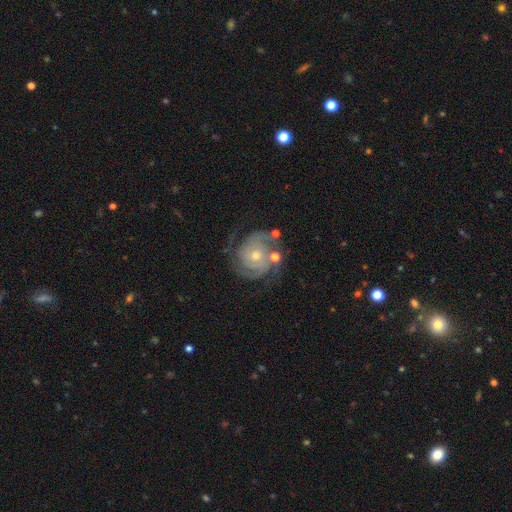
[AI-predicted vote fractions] A featured or disk galaxy (87%) with no bar (73%), 2 (42%) tight (62%) spiral arms (96%) and a small central bulge (48%, tied with moderate).

Vote fractions:
- Smooth or featured? featured or disk: 87% / smooth: 7% / star or artifact: 6%
- Edge-on disk? no: 98% / yes: 2%
- Bar? no: 73% / weak: 22% / strong: 5%
- Spiral arms? yes: 96% / no: 4%
- Spiral winding? tight: 62% / medium: 31% / loose: 7%
- Spiral arm count? 2: 42% / 3: 27% / can't tell: 15% / 4: 6% / 1: 5% / more than 4: 4%
- Bulge size? small: 48% (tied) / moderate: 48% (tied) / large: 2% / none: 1% / dominant: 1%
- Merging? none: 68% / minor disturbance: 17% / major disturbance: 9% / merger: 6%